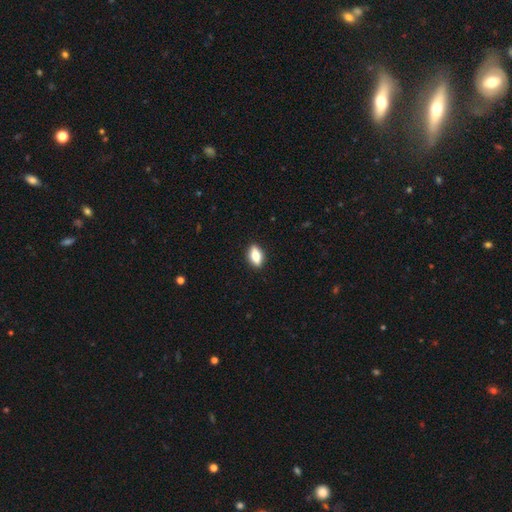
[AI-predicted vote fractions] Smooth or featured?
  - smooth: 72% *
  - featured or disk: 21%
  - star or artifact: 7%
How rounded?
  - in between: 80% *
  - cigar-shaped: 14%
  - round: 6%
Merging?
  - none: 89% *
  - minor disturbance: 8%
  - major disturbance: 2%
  - merger: 1%